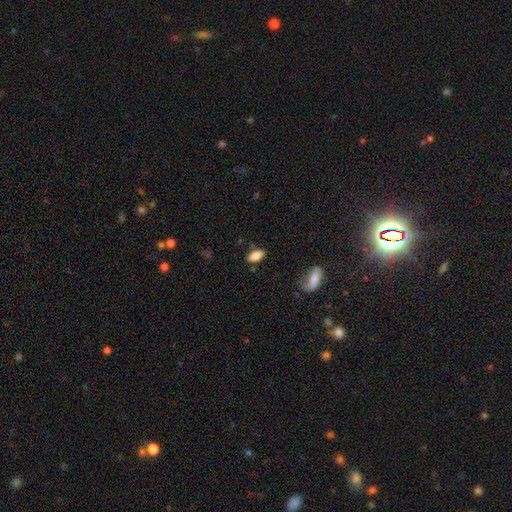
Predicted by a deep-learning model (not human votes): Smooth or featured? Predicted: smooth (p=0.80). How rounded? Predicted: in between (p=0.87). Merging? Predicted: none (p=0.80).